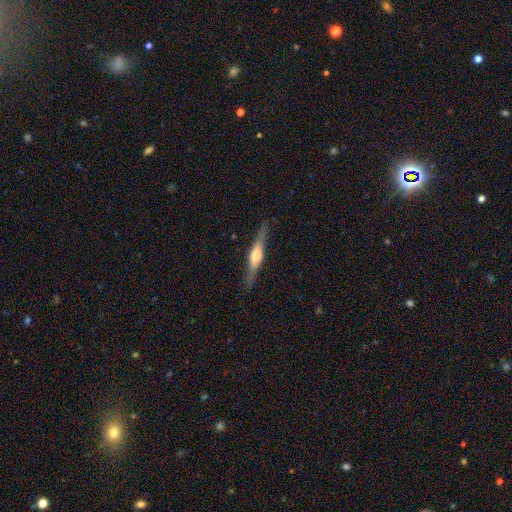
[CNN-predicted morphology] type=featured or disk (73%); edge-on=yes (97%); edge-on bulge=rounded (62%); merging=none (86%).